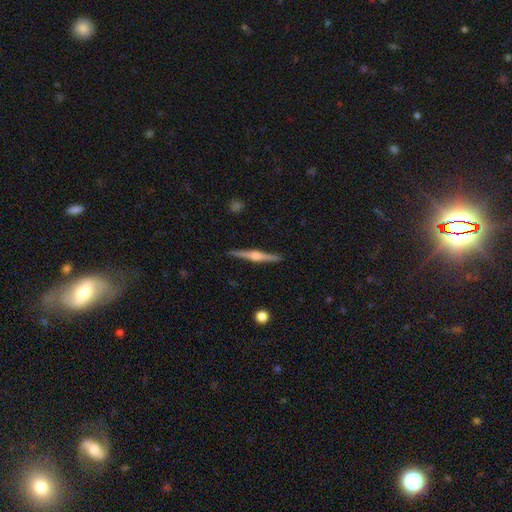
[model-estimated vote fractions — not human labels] Smooth or featured: featured or disk — 80% (smooth — 14%)
Edge-on disk: yes — 99% (no — 1%)
Edge-on bulge: rounded — 88% (boxy — 8%)
Merging: none — 92% (minor disturbance — 6%)